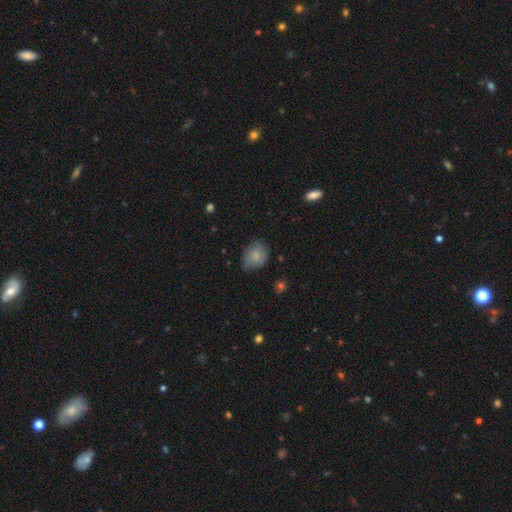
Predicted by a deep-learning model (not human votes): Smooth or featured? smooth (76%)
How rounded? round (50%)
Merging? none (59%)